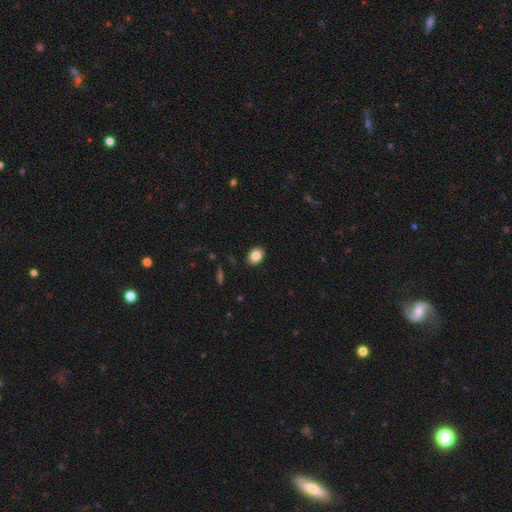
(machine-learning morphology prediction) A smooth galaxy with no disk features (85%) that is in between round and cigar-shaped (74%).

Vote fractions:
- Smooth or featured? smooth: 85% / star or artifact: 9% / featured or disk: 6%
- How rounded? in between: 74% / round: 25% / cigar-shaped: 1%
- Merging? none: 89% / minor disturbance: 8% / major disturbance: 2% / merger: 1%